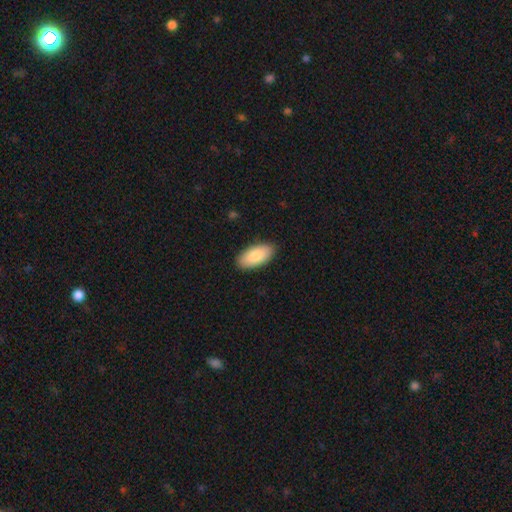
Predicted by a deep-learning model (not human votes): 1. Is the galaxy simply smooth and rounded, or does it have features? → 84% smooth, 10% featured or disk, 5% star or artifact.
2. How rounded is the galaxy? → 93% in between, 5% cigar-shaped, 2% round.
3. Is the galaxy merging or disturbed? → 89% none, 9% minor disturbance, 2% major disturbance, 1% merger.